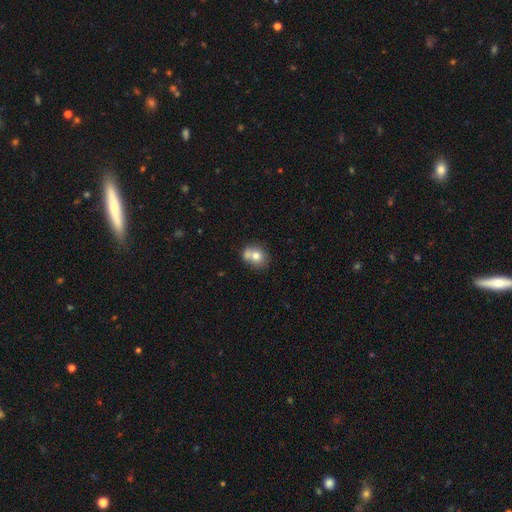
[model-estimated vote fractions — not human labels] Smooth or featured?
  - smooth: 72% *
  - featured or disk: 18%
  - star or artifact: 9%
How rounded?
  - round: 65% *
  - in between: 34%
  - cigar-shaped: 1%
Merging?
  - merger: 44% *
  - none: 40%
  - minor disturbance: 12%
  - major disturbance: 4%